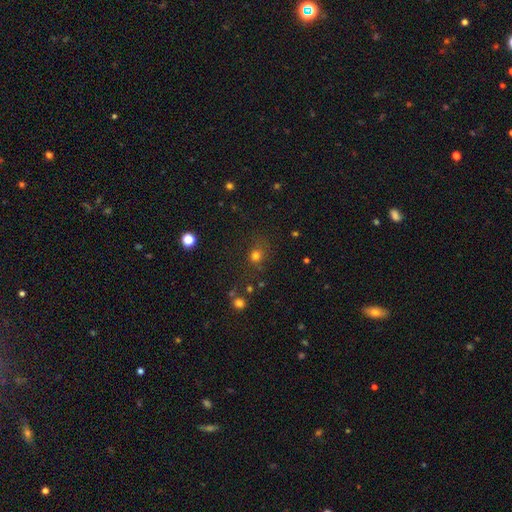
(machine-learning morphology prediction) Overall: smooth (72%). How rounded: round (82%). Merging: none (71%).